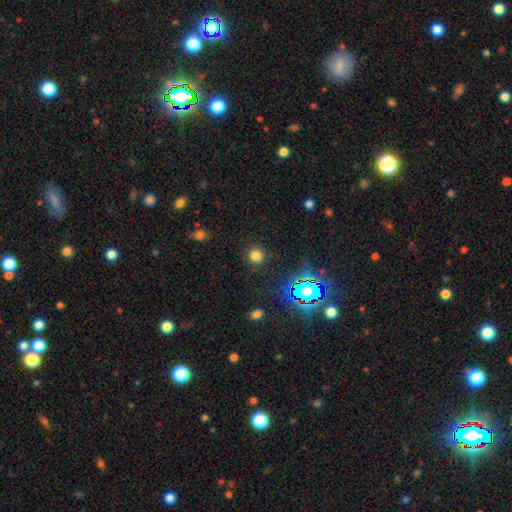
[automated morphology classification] A smooth galaxy with no disk features (74%) that is round (93%). Merging: none (89%).